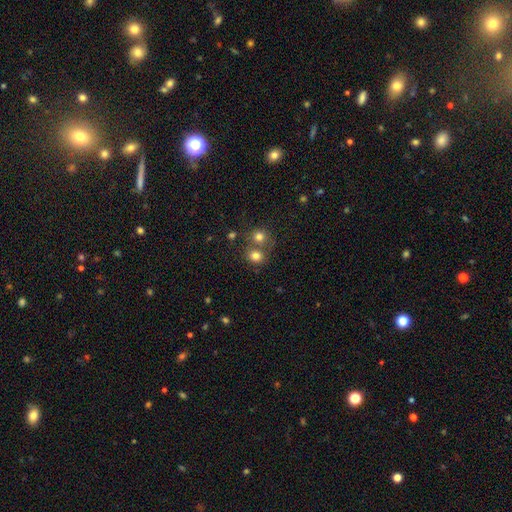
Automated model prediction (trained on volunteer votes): Overall: smooth (77%). How rounded: round (75%). Merging: none (51%; merger 37%).